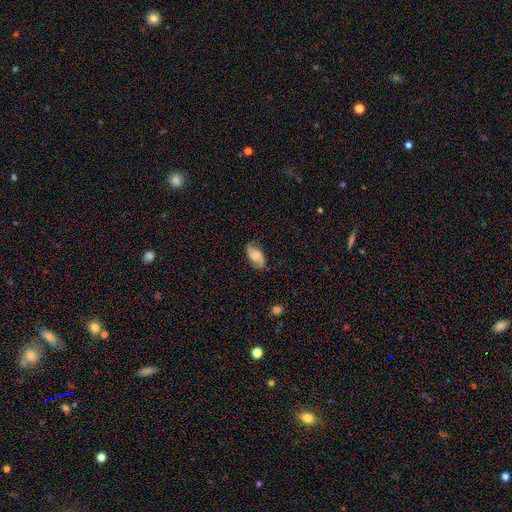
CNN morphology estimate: A featured or disk galaxy (57%) with no bar (52%), spiral arms (92%) and no central bulge (36%).

Vote fractions:
- Smooth or featured? featured or disk: 57% / smooth: 35% / star or artifact: 9%
- Edge-on disk? no: 96% / yes: 4%
- Bar? no: 52% / weak: 38% / strong: 10%
- Spiral arms? yes: 92% / no: 8%
- Bulge size? none: 36% / small: 26% / moderate: 23% / large: 13% / dominant: 3%
- Merging? none: 74% / minor disturbance: 19% / major disturbance: 6% / merger: 1%